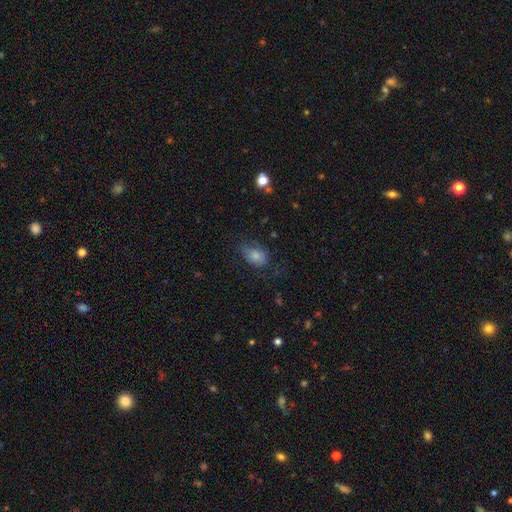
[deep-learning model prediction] Smooth or featured?
  - smooth: 75% *
  - featured or disk: 15%
  - star or artifact: 9%
How rounded?
  - in between: 82% *
  - round: 16%
  - cigar-shaped: 2%
Merging?
  - none: 50% *
  - minor disturbance: 29%
  - major disturbance: 19%
  - merger: 2%